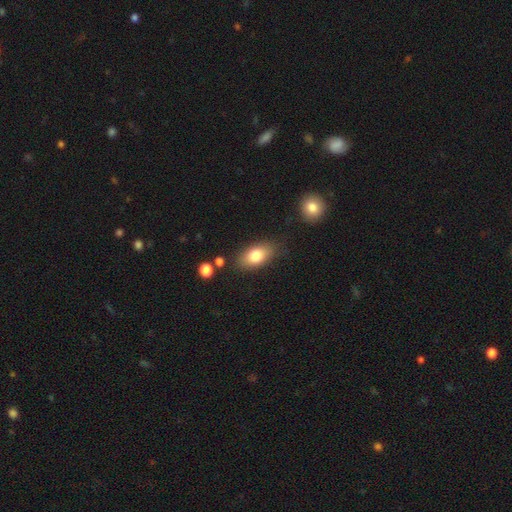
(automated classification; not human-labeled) smooth-or-featured: smooth: 80% | featured or disk: 13% | star or artifact: 8%
  how-rounded: in between: 89% | round: 7% | cigar-shaped: 4%
  merging: none: 80% | minor disturbance: 13% | major disturbance: 4% | merger: 3%